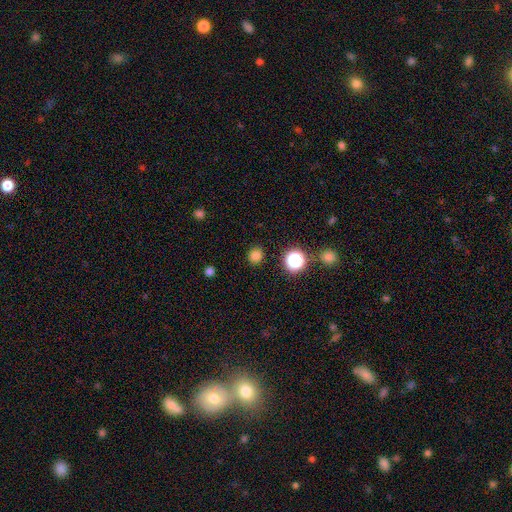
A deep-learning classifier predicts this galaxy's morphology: A smooth galaxy with no disk features (79%) that is round (85%). Merging: none (89%).